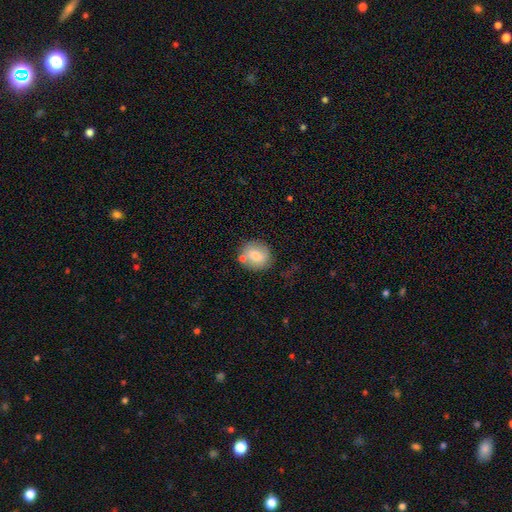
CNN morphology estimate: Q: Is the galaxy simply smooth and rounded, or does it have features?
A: smooth — 71%.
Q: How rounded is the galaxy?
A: round — 73%.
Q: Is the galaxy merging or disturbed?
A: none — 69%.